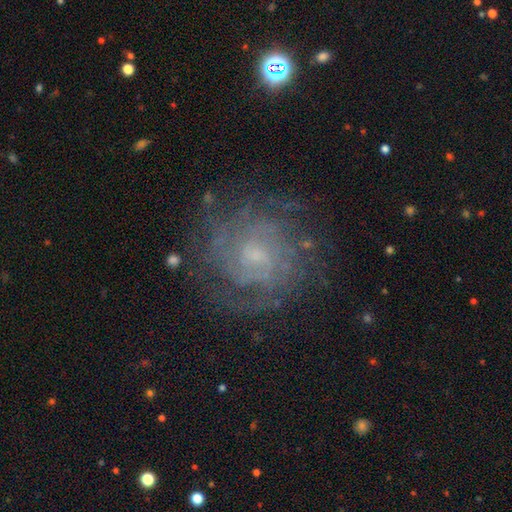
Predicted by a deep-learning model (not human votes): A featured or disk galaxy (79%) with no bar (53%), tight (63%) spiral arms (91%) and a small central bulge (60%). Merging: none (75%).